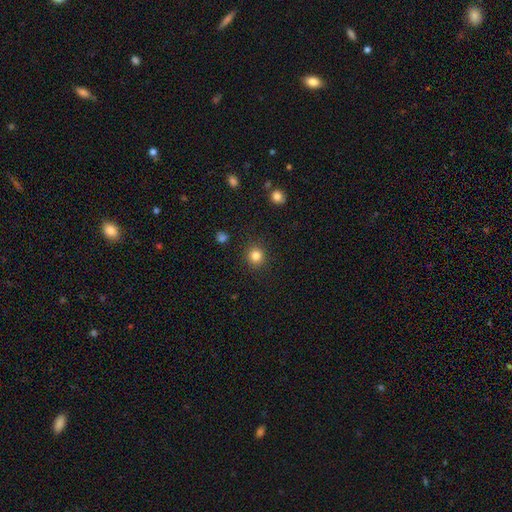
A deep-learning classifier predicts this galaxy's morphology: Smooth or featured? smooth (83%)
How rounded? round (90%)
Merging? none (90%)